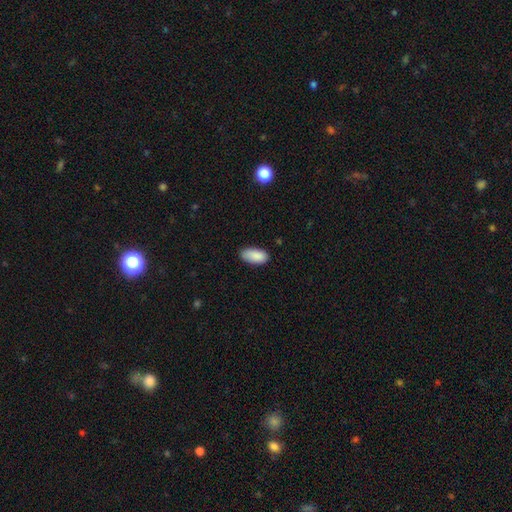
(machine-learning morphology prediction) type=smooth (89%); roundness=in between (93%); merging=none (79%).